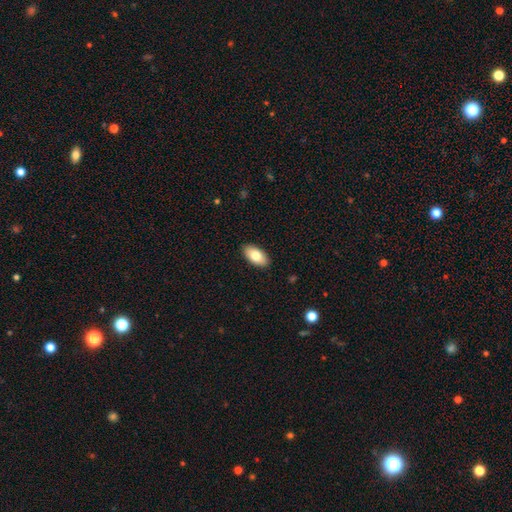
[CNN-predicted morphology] This appears to be a smooth galaxy with no disk features (78%) that is in between round and cigar-shaped (94%). Merging: none (90%).